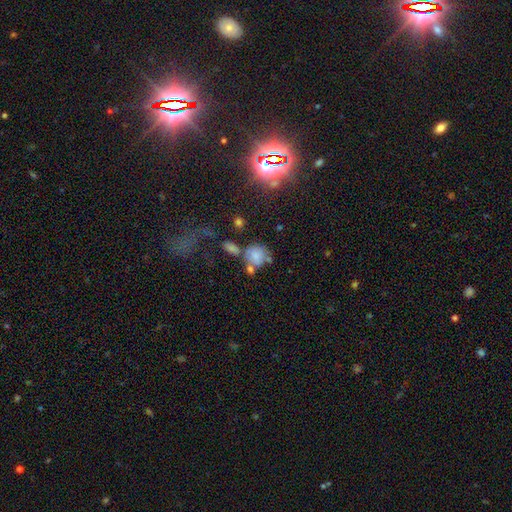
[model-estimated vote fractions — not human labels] smooth-or-featured: smooth: 70% | featured or disk: 18% | star or artifact: 12%
  how-rounded: round: 72% | in between: 27% | cigar-shaped: 1%
  merging: none: 40% | merger: 32% | minor disturbance: 17% | major disturbance: 11%